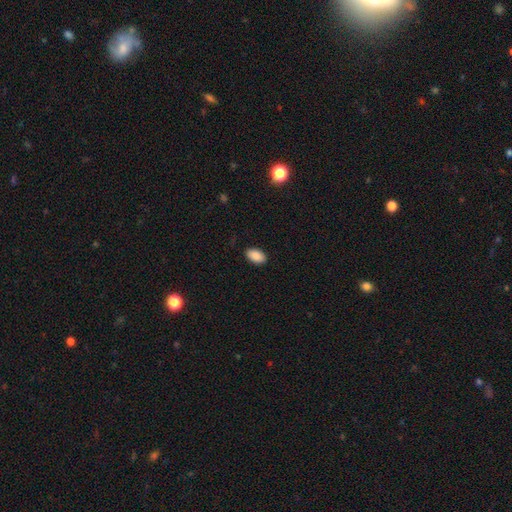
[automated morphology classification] The model was most divided on "merging": none: 88%, minor disturbance: 9%, major disturbance: 2%, merger: 1%. More confident: how rounded — in between (93%); smooth or featured — smooth (89%).